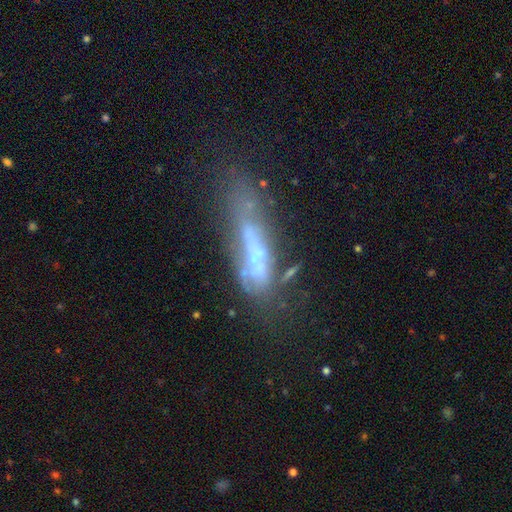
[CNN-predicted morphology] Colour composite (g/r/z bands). It shows a featured or disk galaxy (56%). Merging: major disturbance (32%).